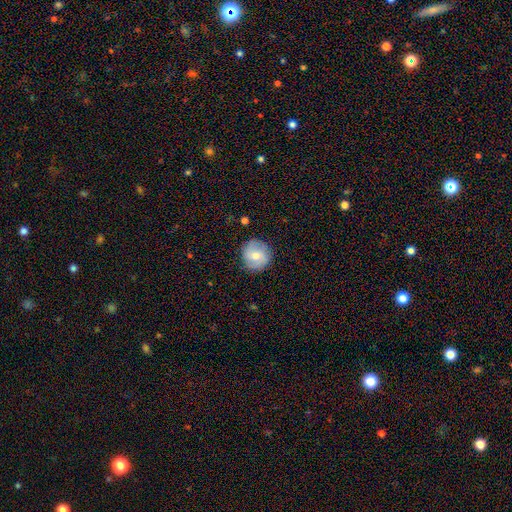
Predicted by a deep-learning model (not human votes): featured or disk 48%, smooth 45%, star or artifact 7%. Down the decision tree: merging — none (85%).